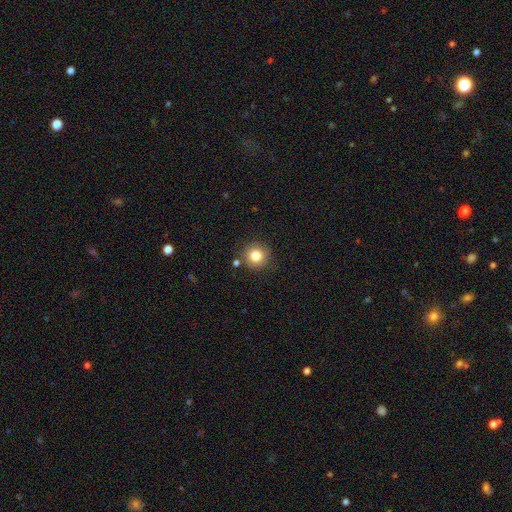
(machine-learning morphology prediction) smooth 82%, star or artifact 11%, featured or disk 7%. Down the decision tree: how rounded — round (94%); merging — none (85%).